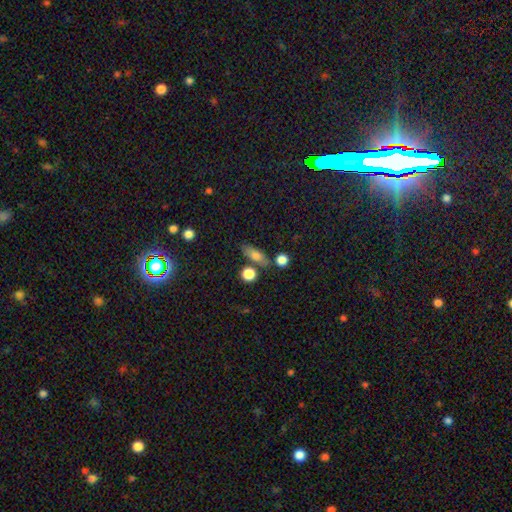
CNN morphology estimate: This is likely a smooth galaxy (73%). How rounded: possibly in between (57%). Merging: likely none (72%).